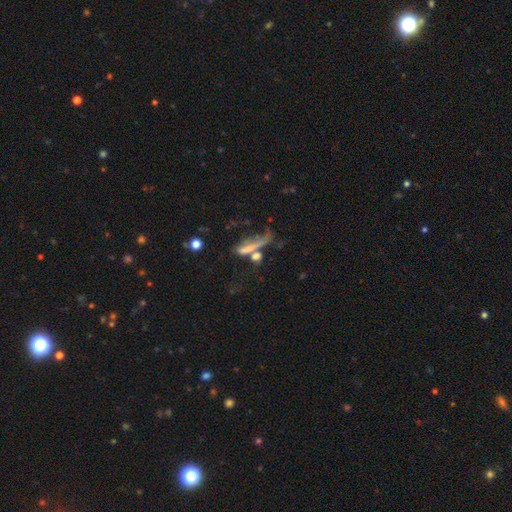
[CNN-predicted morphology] smooth_or_featured: featured or disk (p=0.41) [alt: smooth p=0.36]
merging: none (p=0.42) [alt: merger p=0.24]